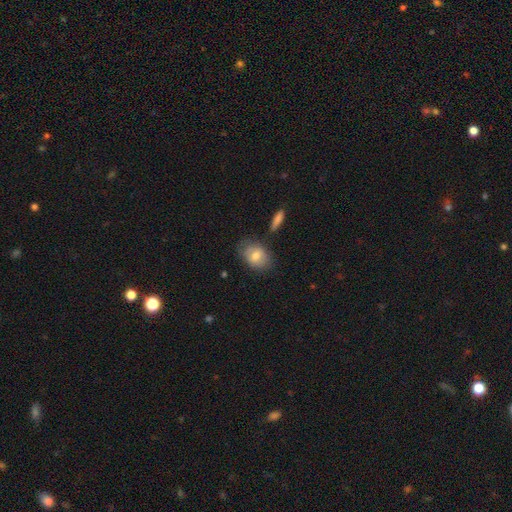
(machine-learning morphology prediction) This appears to be a smooth galaxy with no disk features (69%) that is in between round and cigar-shaped (75%). Merging: none (70%).